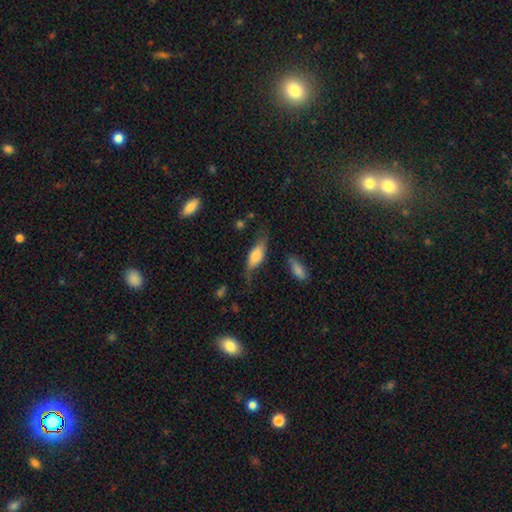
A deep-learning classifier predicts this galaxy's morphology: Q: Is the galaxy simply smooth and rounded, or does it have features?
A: smooth — 55%.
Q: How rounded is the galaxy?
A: in between — 70%.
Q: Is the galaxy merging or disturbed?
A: none — 51%.